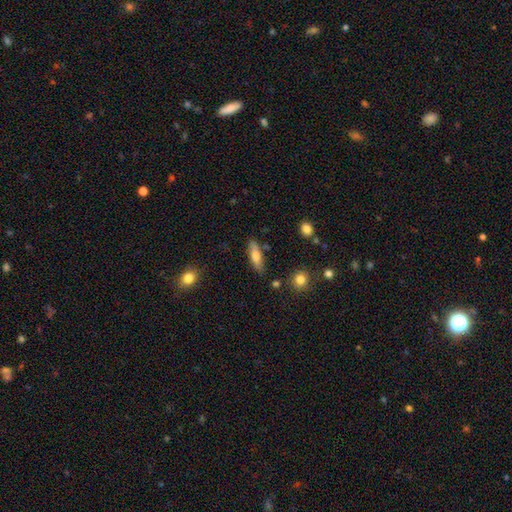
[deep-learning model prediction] Morphology: type=smooth (68%); roundness=in between (50%); merging=none (80%).